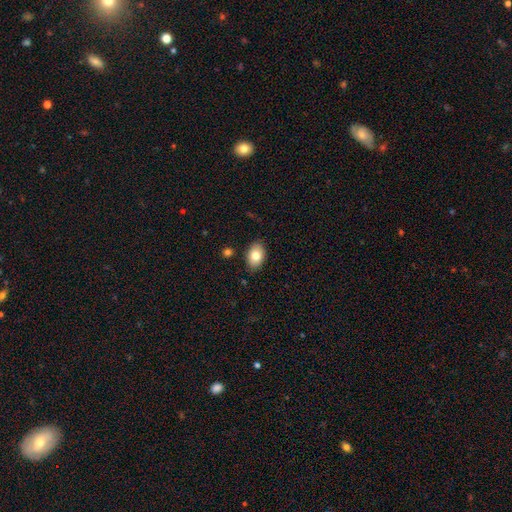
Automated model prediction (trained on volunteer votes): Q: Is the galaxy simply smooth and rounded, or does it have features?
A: smooth — 80%.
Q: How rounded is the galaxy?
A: in between — 86%.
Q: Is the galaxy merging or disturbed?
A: none — 86%.